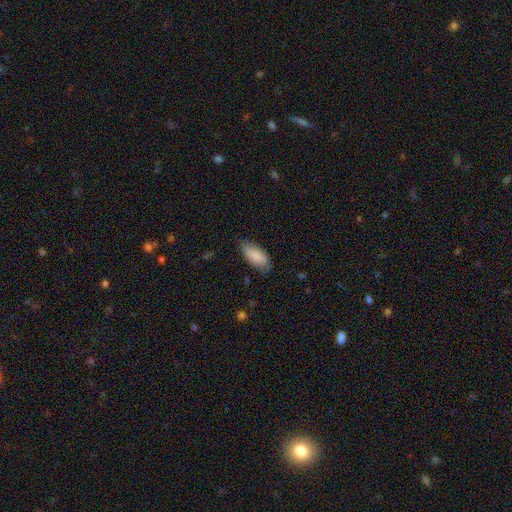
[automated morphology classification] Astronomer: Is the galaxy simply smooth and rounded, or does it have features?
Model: smooth — 86%.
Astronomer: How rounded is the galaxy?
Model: in between — 88%.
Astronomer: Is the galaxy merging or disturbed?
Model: none — 73%.